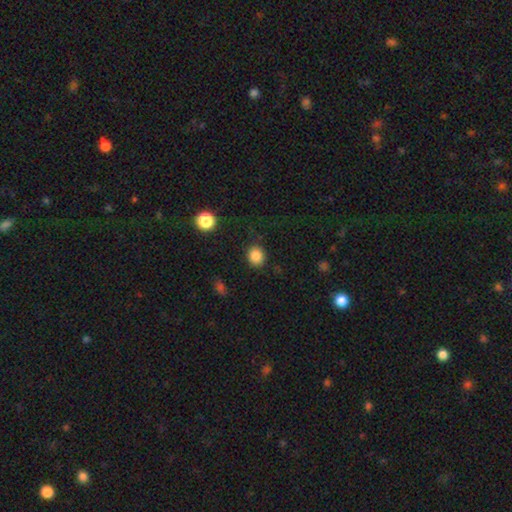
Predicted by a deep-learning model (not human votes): A smooth galaxy with no disk features (85%) that is round (79%).

Vote fractions:
- Smooth or featured? smooth: 85% / star or artifact: 11% / featured or disk: 4%
- How rounded? round: 79% / in between: 20% / cigar-shaped: 1%
- Merging? none: 87% / minor disturbance: 9% / major disturbance: 3% / merger: 2%